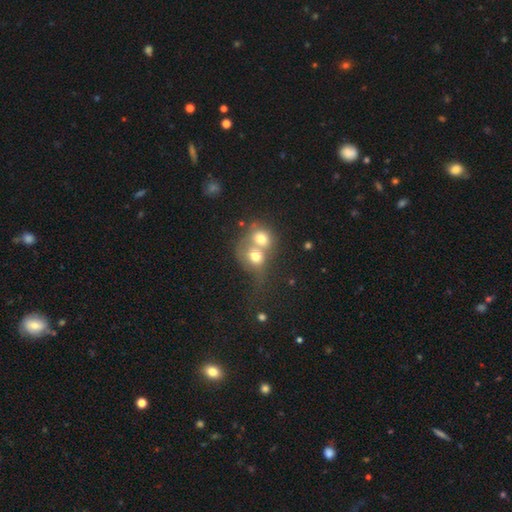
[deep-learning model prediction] smooth-or-featured: smooth: 65% | featured or disk: 23% | star or artifact: 12%
  how-rounded: round: 66% | in between: 33% | cigar-shaped: 1%
  merging: merger: 76% | none: 15% | minor disturbance: 5% | major disturbance: 5%